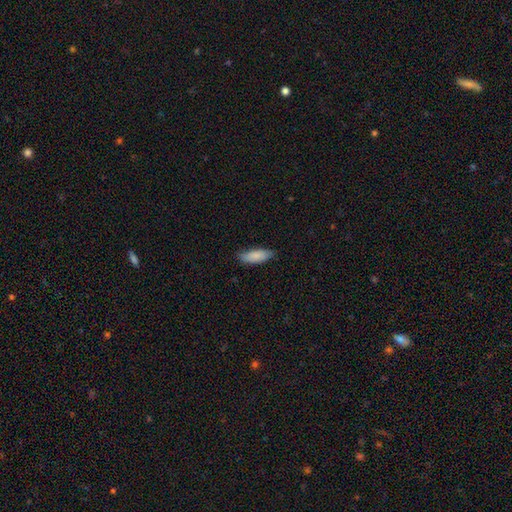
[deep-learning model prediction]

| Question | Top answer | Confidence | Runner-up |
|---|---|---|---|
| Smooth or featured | smooth | 86% | featured or disk (8%) |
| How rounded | in between | 66% | cigar-shaped (33%) |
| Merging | none | 80% | minor disturbance (16%) |